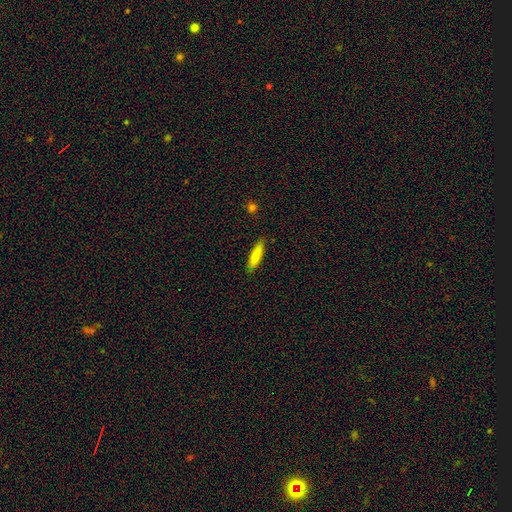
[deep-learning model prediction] smooth-or-featured: smooth: 85% | featured or disk: 9% | star or artifact: 6%
  how-rounded: cigar-shaped: 72% | in between: 27% | round: 1%
  merging: none: 84% | minor disturbance: 12% | major disturbance: 2% | merger: 1%